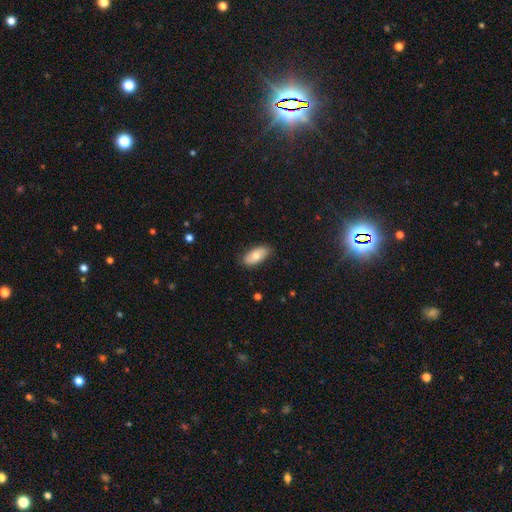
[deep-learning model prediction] Morphology: type=smooth (72%); roundness=in between (92%); merging=none (82%).